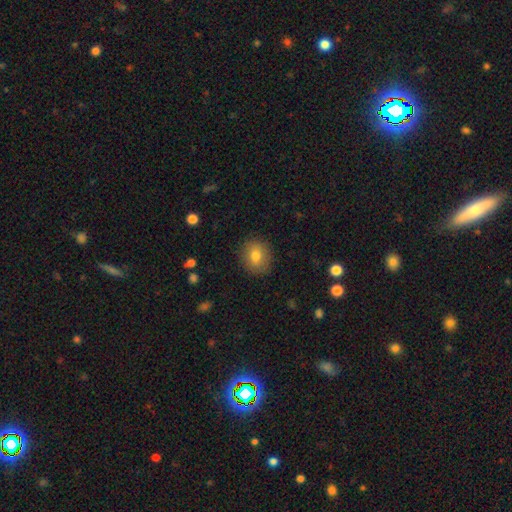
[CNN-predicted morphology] A smooth galaxy with no disk features (78%) that is round (76%). Merging: none (88%).